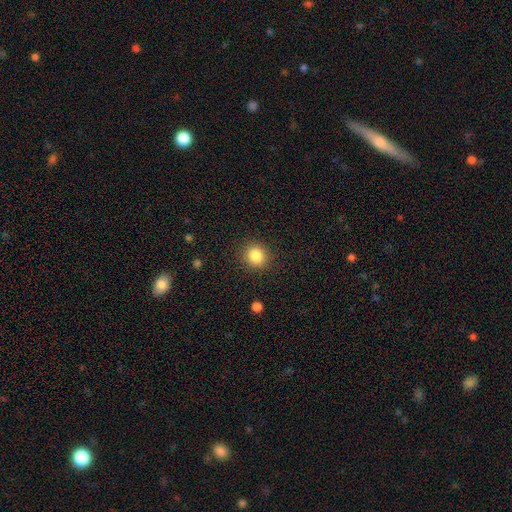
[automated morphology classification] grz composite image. It shows a smooth galaxy with no disk features (85%) that is round (85%). Merging: none (89%).